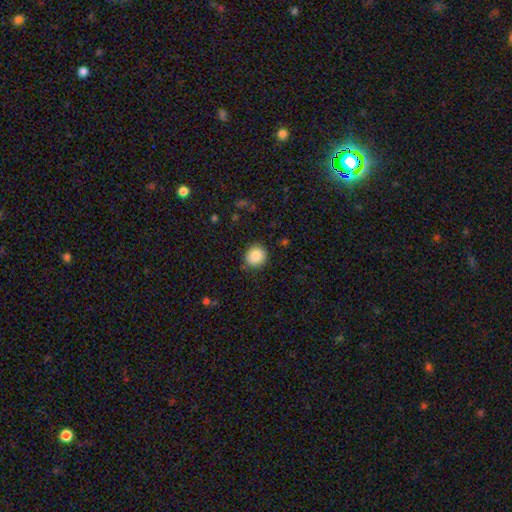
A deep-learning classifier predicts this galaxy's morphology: This is clearly a smooth galaxy (86%). How rounded: clearly round (87%). Merging: clearly none (84%).